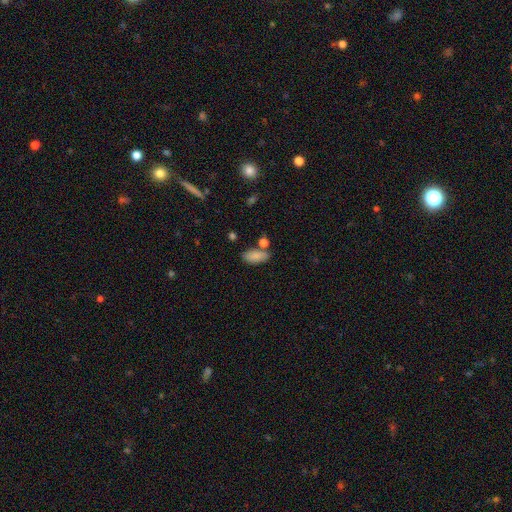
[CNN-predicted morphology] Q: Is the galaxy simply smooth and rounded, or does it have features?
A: smooth — 86%.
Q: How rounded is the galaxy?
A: in between — 87%.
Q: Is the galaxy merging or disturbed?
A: none — 69%.